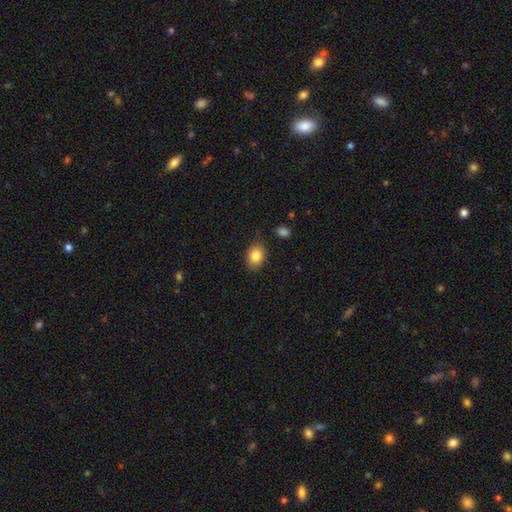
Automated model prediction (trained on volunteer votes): Overall: smooth (84%). How rounded: in between (73%). Merging: none (84%).